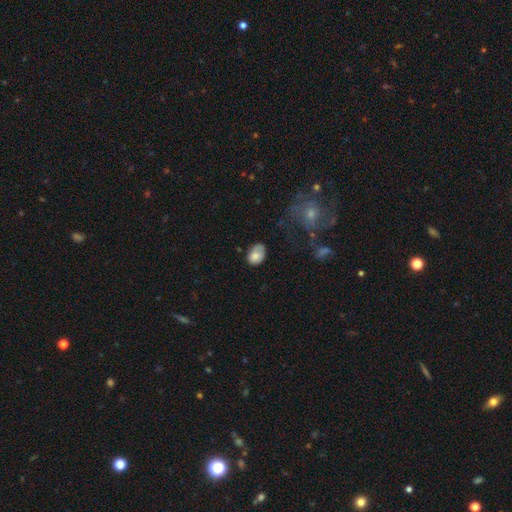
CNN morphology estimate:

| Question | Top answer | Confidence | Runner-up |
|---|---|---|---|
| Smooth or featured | smooth | 77% | featured or disk (15%) |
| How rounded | in between | 78% | round (21%) |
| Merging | none | 53% | minor disturbance (33%) |